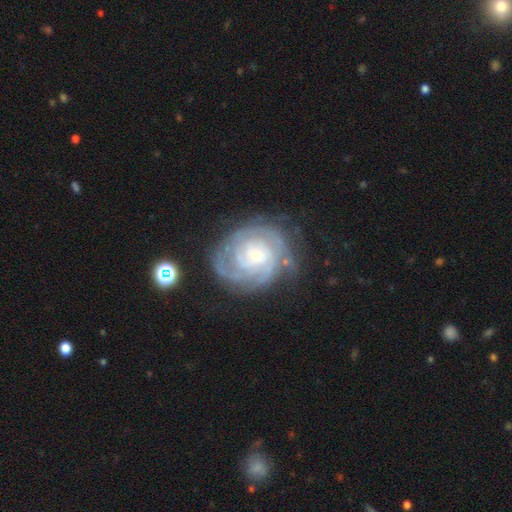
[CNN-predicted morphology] Smooth or featured? Predicted: featured or disk (p=0.84). Edge-on disk? Predicted: no (p=0.98). Bar? Predicted: no (p=0.76). Spiral arms? Predicted: yes (p=0.94). Spiral winding? Predicted: tight (p=0.75). Spiral arm count? Predicted: can't tell (p=0.37). Bulge size? Predicted: small (p=0.77). Merging? Predicted: none (p=0.65).